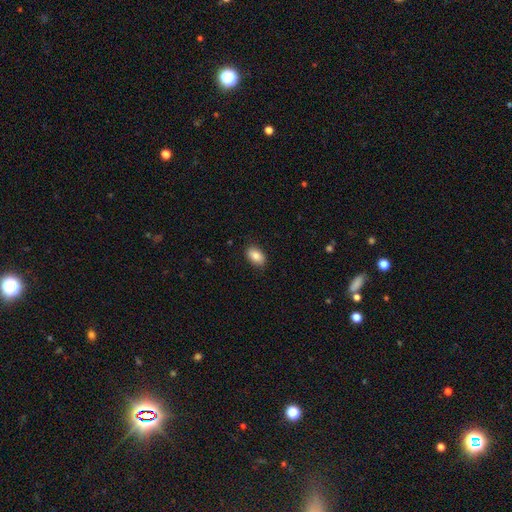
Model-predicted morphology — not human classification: Smooth or featured: smooth — 85% (featured or disk — 8%)
How rounded: in between — 89% (round — 10%)
Merging: none — 87% (minor disturbance — 10%)